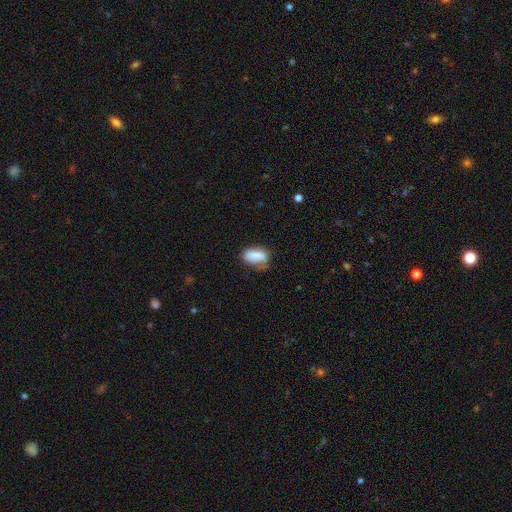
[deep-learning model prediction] The model was most divided on "merging": none: 56%, minor disturbance: 30%, major disturbance: 10%, merger: 5%. More confident: how rounded — in between (84%); smooth or featured — smooth (82%).